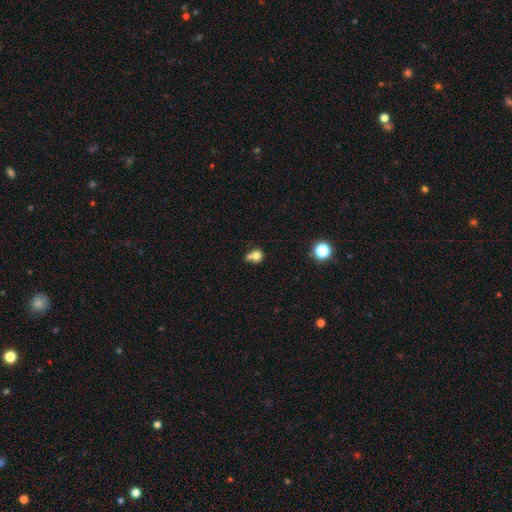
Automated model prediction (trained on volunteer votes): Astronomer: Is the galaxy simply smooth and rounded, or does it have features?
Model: smooth — 74%.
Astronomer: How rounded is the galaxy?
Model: round — 70%.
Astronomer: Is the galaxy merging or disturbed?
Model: merger — 46% (runner-up: none, 31%).